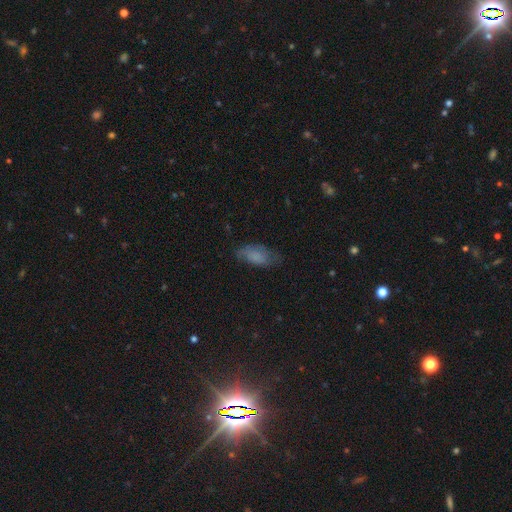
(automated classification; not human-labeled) This appears to be a smooth galaxy with no disk features (72%) that is in between round and cigar-shaped (88%). Merging: none (58%).